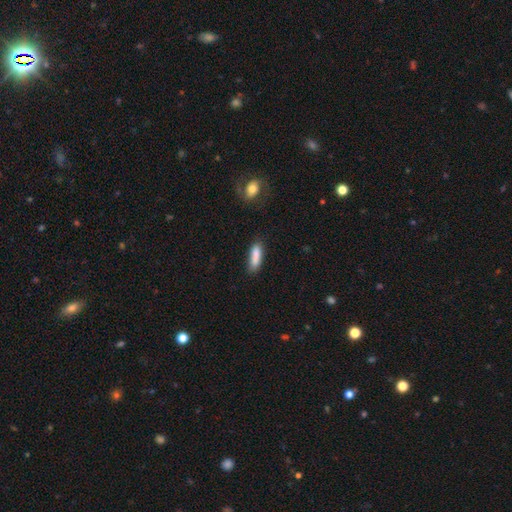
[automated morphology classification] Overall: smooth (85%). How rounded: cigar-shaped (54%; in between 44%). Merging: none (66%).